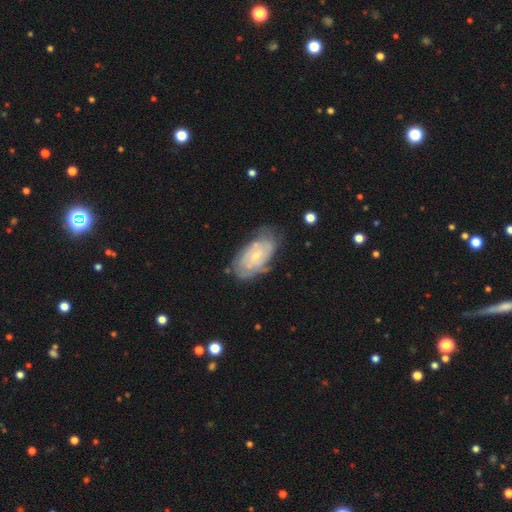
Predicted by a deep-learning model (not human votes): Smooth or featured?
  - featured or disk: 76% *
  - smooth: 18%
  - star or artifact: 6%
Edge-on disk?
  - no: 96% *
  - yes: 4%
Bar?
  - no: 66% *
  - weak: 29%
  - strong: 5%
Spiral arms?
  - yes: 89% *
  - no: 11%
Spiral winding?
  - tight: 68% *
  - medium: 25%
  - loose: 7%
Spiral arm count?
  - can't tell: 46% *
  - 2: 27%
  - 3: 12%
  - 4: 8%
  - 1: 4%
  - more than 4: 4%
Bulge size?
  - small: 76% *
  - moderate: 19%
  - none: 4%
  - large: 1%
  - dominant: 1%
Merging?
  - none: 65% *
  - minor disturbance: 25%
  - major disturbance: 8%
  - merger: 2%